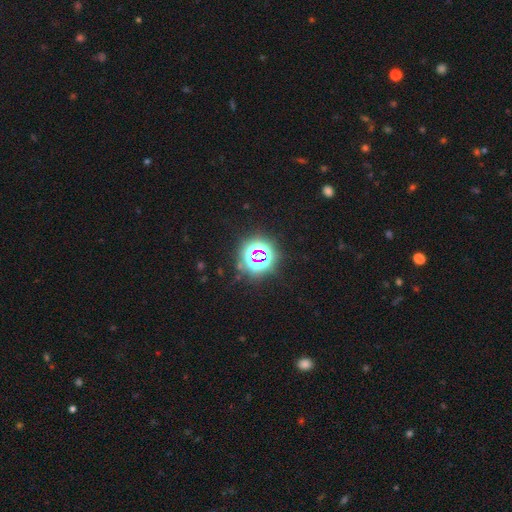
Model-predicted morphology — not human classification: This appears to be a star or artifact, not a galaxy (74%).